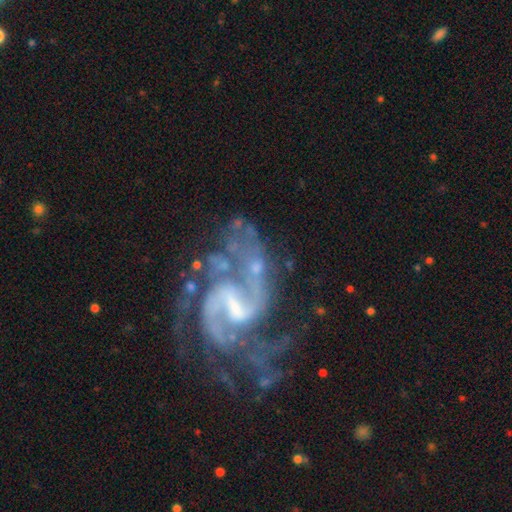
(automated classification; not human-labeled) featured or disk 90%, star or artifact 7%, smooth 3%. Down the decision tree: edge-on disk — no (98%); bar — weak (54%); spiral arms — yes (97%); spiral arm count — 2 (66%); spiral winding — medium (54%); bulge size — small (47%); merging — none (51%).